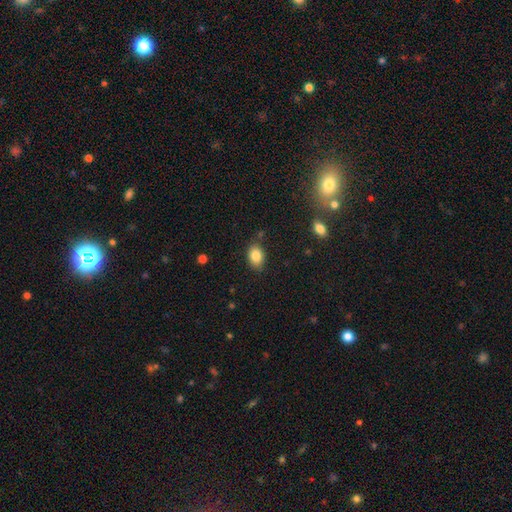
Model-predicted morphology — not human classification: Smooth or featured? smooth (85%)
How rounded? in between (78%)
Merging? none (80%)